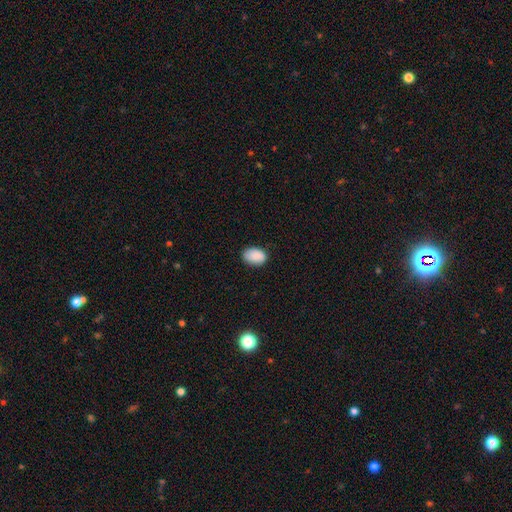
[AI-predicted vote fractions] Overall: smooth (89%). How rounded: in between (84%). Merging: none (79%).